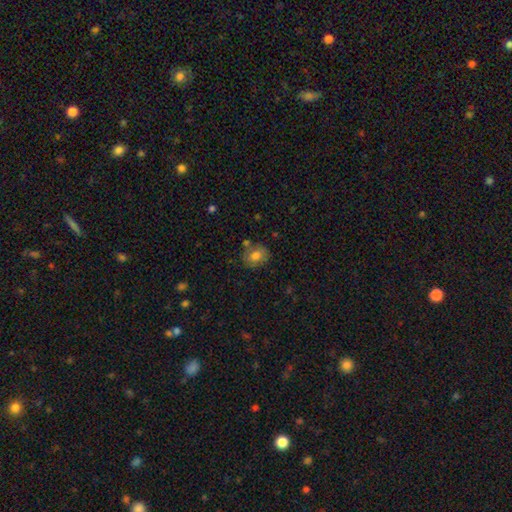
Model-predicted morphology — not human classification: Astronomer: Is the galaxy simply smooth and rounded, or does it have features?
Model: smooth — 72%.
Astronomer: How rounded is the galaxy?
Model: round — 57% (runner-up: in between, 42%).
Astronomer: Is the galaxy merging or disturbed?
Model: none — 70%.